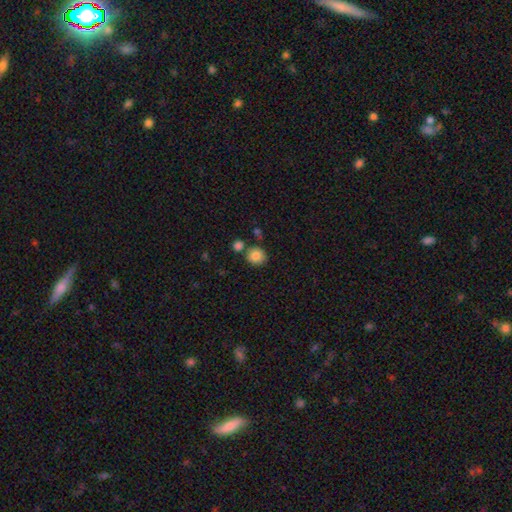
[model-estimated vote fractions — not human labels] This appears to be a smooth galaxy with no disk features (84%) that is round (87%). Merging: none (72%).